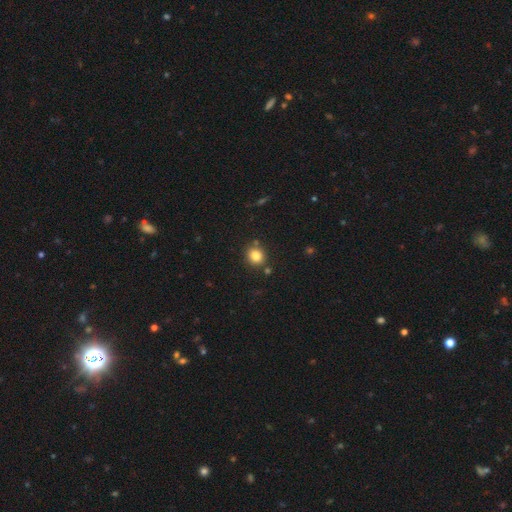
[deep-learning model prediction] Smooth or featured? smooth (83%)
How rounded? round (80%)
Merging? none (81%)